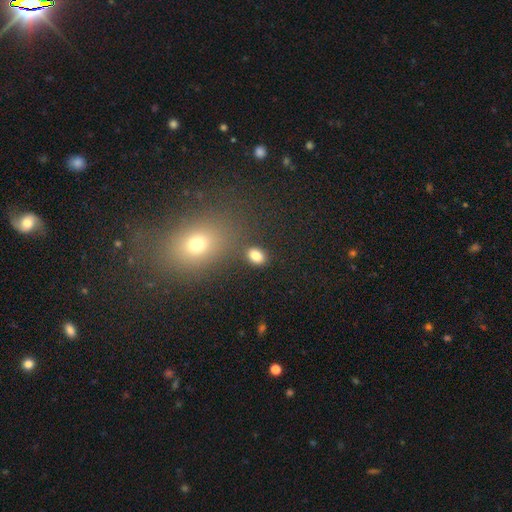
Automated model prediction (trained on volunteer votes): Overall: smooth (83%). How rounded: in between (75%). Merging: none (79%).